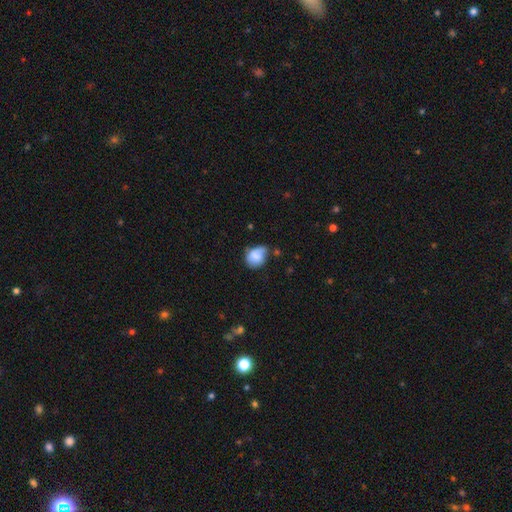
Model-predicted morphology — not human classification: Smooth or featured? Predicted: smooth (p=0.79). How rounded? Predicted: in between (p=0.52). Merging? Predicted: minor disturbance (p=0.41).